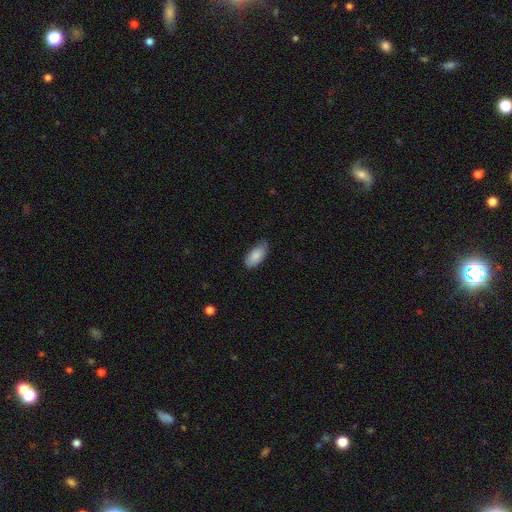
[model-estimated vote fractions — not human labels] Q: Smooth or featured?
A: smooth (84%); runner-up: featured or disk (10%)
Q: How rounded?
A: in between (92%); runner-up: cigar-shaped (6%)
Q: Merging?
A: none (71%); runner-up: minor disturbance (24%)